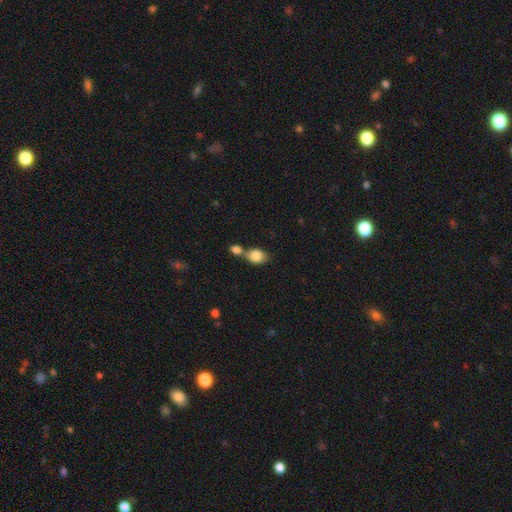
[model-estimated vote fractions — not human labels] Smooth or featured? smooth (84%)
How rounded? in between (62%)
Merging? merger (48%)